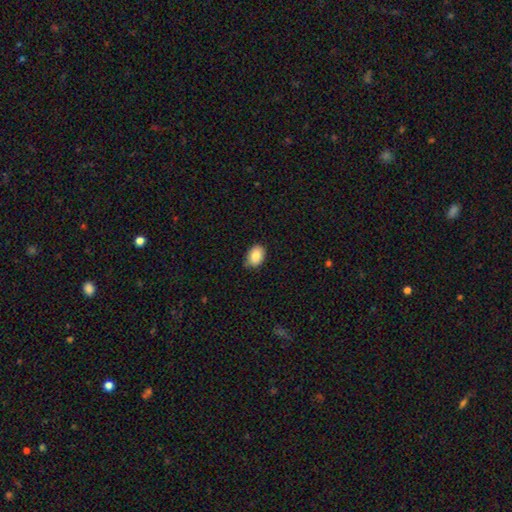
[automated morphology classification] smooth-or-featured: smooth: 86% | star or artifact: 8% | featured or disk: 6%
  how-rounded: in between: 79% | round: 20% | cigar-shaped: 1%
  merging: none: 78% | minor disturbance: 18% | major disturbance: 2% | merger: 1%